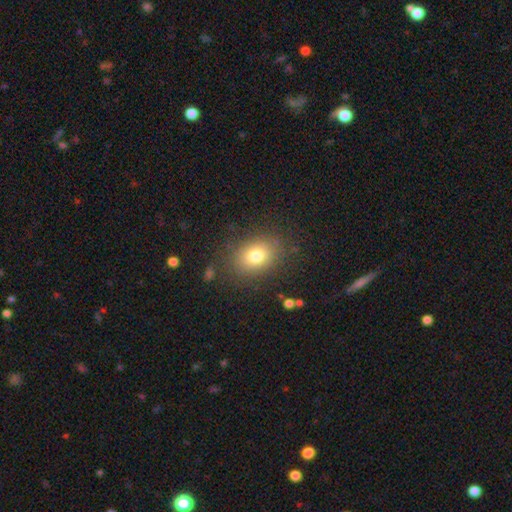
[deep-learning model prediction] smooth-or-featured: smooth: 78% | star or artifact: 11% | featured or disk: 11%
  how-rounded: in between: 66% | round: 33% | cigar-shaped: 1%
  merging: none: 83% | minor disturbance: 11% | major disturbance: 4% | merger: 2%